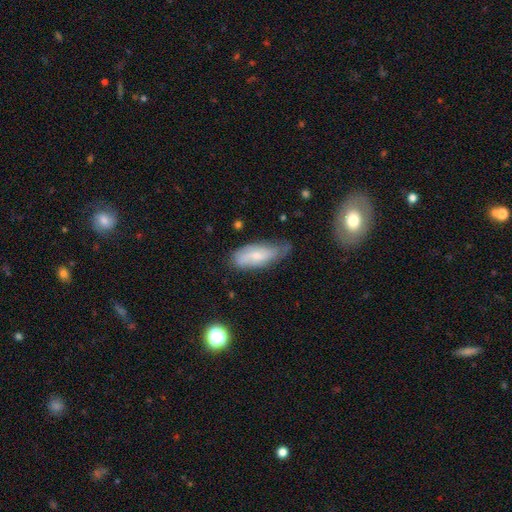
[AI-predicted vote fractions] This appears to be a smooth galaxy with no disk features (53%) that is in between round and cigar-shaped (74%). Merging: none (52%).